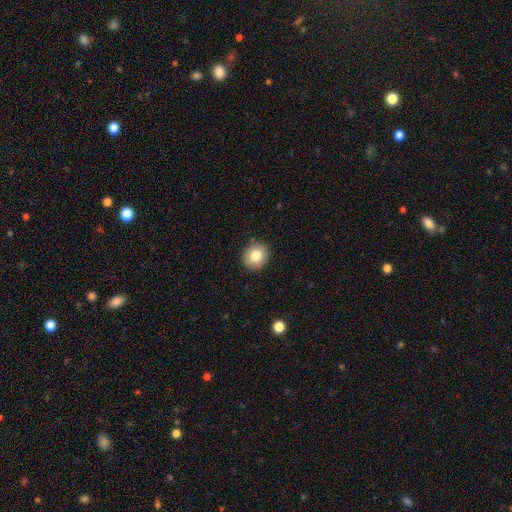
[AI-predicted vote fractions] A smooth galaxy with no disk features (81%) that is round (76%). Merging: none (89%).